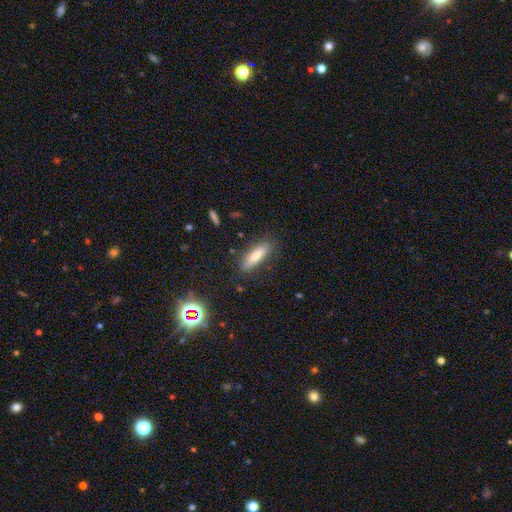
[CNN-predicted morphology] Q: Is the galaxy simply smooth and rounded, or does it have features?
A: smooth — 67%.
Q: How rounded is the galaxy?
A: cigar-shaped — 61%.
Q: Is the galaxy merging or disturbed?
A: none — 81%.